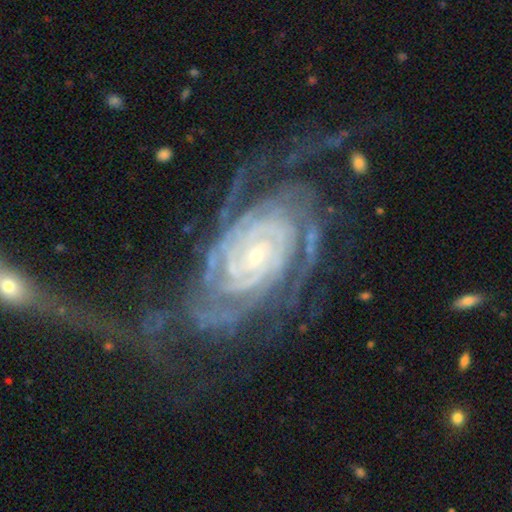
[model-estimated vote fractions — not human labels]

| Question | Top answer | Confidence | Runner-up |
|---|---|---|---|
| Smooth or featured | featured or disk | 91% | star or artifact (5%) |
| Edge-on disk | no | 96% | yes (4%) |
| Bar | no | 66% | weak (21%) |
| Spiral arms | yes | 98% | no (2%) |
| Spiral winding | tight | 78% | medium (18%) |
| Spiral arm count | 2 | 24% | can't tell (22%) |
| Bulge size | small | 80% | moderate (16%) |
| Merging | none | 57% | major disturbance (23%) |